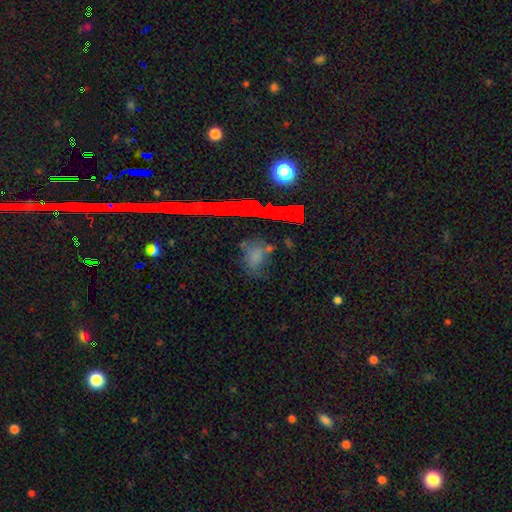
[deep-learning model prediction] This appears to be a smooth galaxy with no disk features (58%) that is in between round and cigar-shaped (51%). Merging: none (50%).